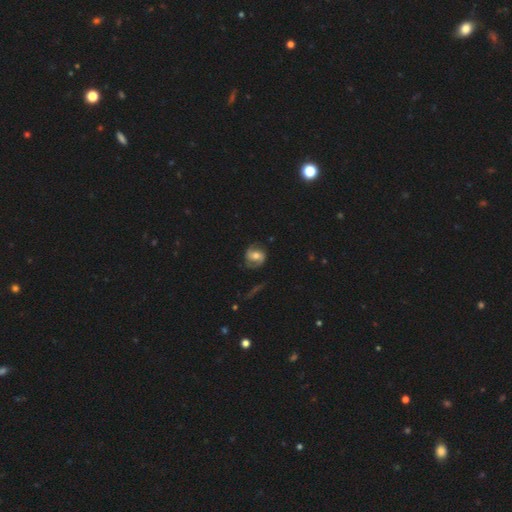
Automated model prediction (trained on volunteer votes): Smooth or featured? Predicted: featured or disk (p=0.61). Edge-on disk? Predicted: no (p=0.97). Bar? Predicted: no (p=0.46). Spiral arms? Predicted: yes (p=0.87). Spiral winding? Predicted: medium (p=0.44). Spiral arm count? Predicted: 2 (p=0.83). Bulge size? Predicted: moderate (p=0.65). Merging? Predicted: none (p=0.69).